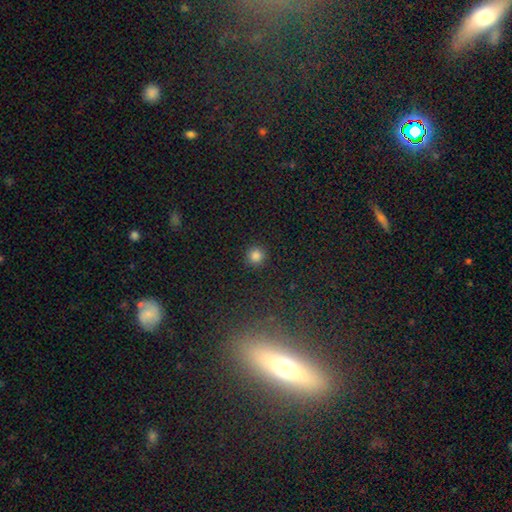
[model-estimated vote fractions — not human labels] smooth_or_featured: smooth (p=0.83) [alt: star or artifact p=0.13]
how_rounded: round (p=0.95) [alt: in between p=0.04]
merging: none (p=0.91) [alt: minor disturbance p=0.06]